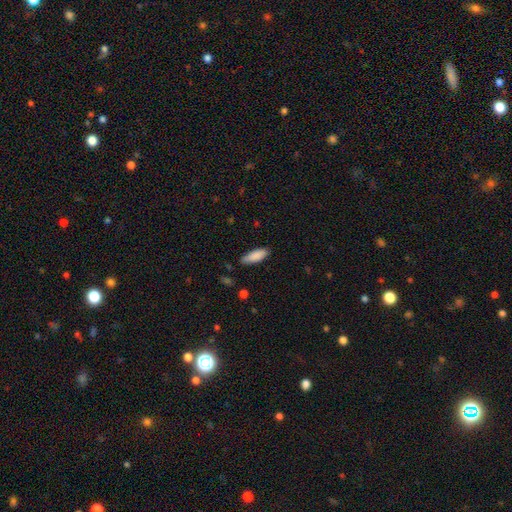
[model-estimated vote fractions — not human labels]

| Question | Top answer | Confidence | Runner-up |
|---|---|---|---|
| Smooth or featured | smooth | 88% | star or artifact (6%) |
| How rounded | in between | 65% | cigar-shaped (33%) |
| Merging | none | 83% | minor disturbance (13%) |